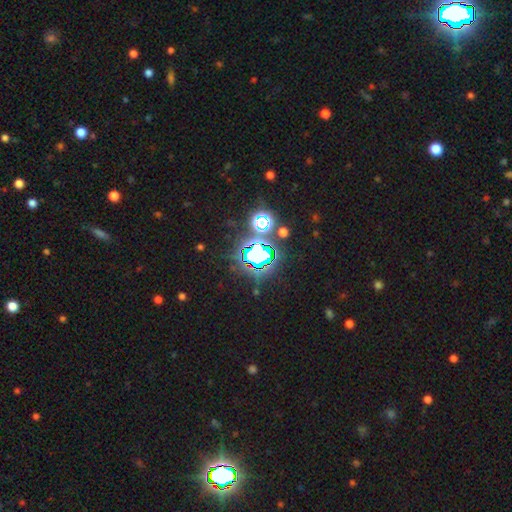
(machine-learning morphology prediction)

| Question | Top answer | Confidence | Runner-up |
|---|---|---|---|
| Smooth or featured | star or artifact | 75% | smooth (15%) |